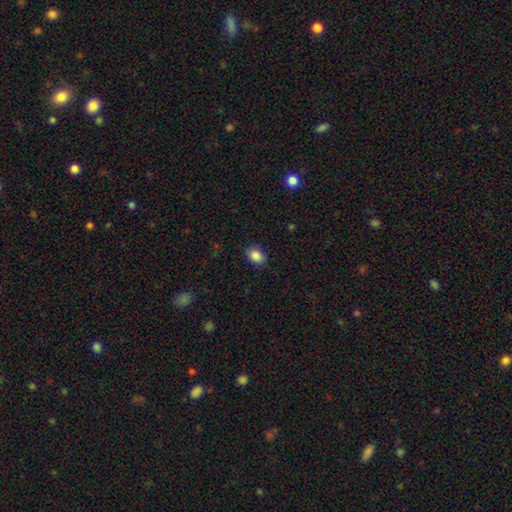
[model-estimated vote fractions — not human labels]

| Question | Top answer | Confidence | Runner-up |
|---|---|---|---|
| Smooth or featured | smooth | 87% | star or artifact (8%) |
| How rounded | in between | 74% | round (25%) |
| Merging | none | 84% | minor disturbance (12%) |